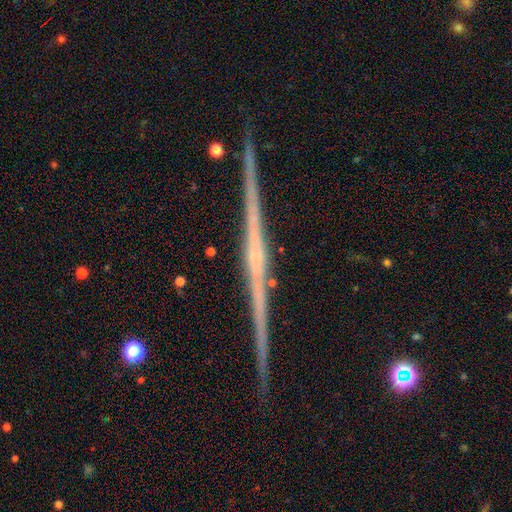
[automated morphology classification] featured or disk 85%, smooth 9%, star or artifact 7%. Down the decision tree: edge-on disk — yes (99%); edge-on bulge — none (53%); merging — none (92%).